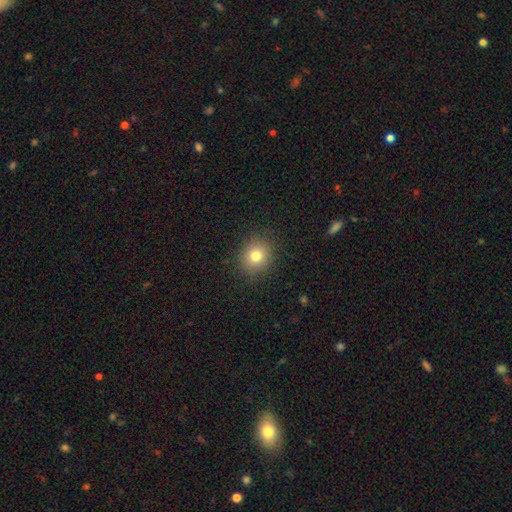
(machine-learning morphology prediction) Smooth or featured?
  - smooth: 79% *
  - star or artifact: 12%
  - featured or disk: 9%
How rounded?
  - round: 76% *
  - in between: 23%
  - cigar-shaped: 1%
Merging?
  - none: 89% *
  - minor disturbance: 7%
  - major disturbance: 3%
  - merger: 1%